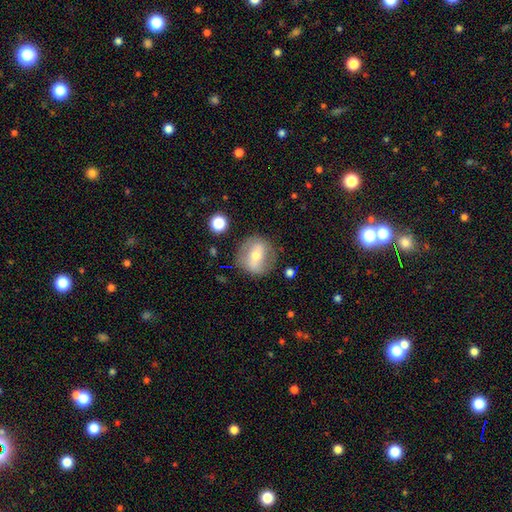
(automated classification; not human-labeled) This is possibly a featured or disk galaxy (46%, tied with smooth). Merging: likely none (78%).